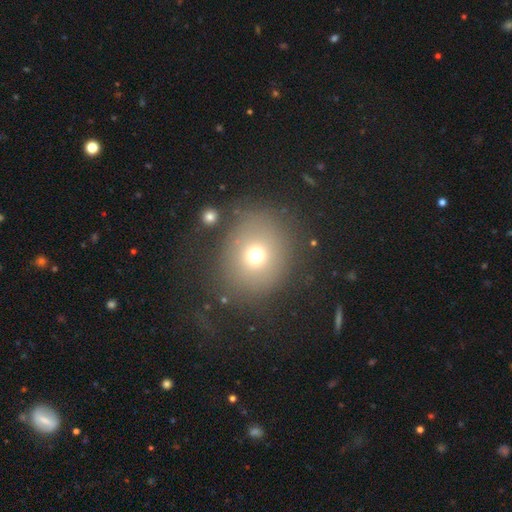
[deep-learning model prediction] smooth-or-featured: smooth: 69% | star or artifact: 18% | featured or disk: 13%
  how-rounded: round: 76% | in between: 23% | cigar-shaped: 1%
  merging: none: 77% | minor disturbance: 12% | major disturbance: 8% | merger: 4%